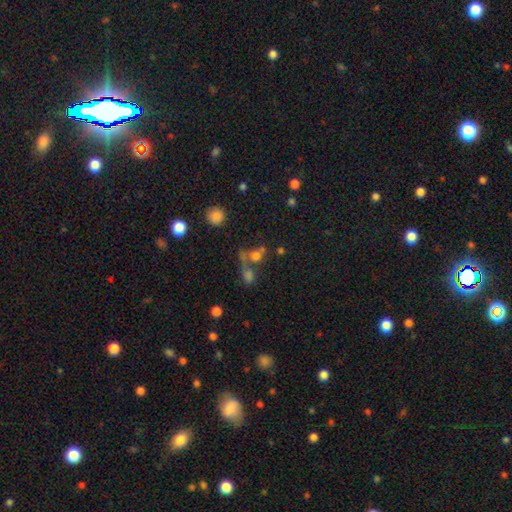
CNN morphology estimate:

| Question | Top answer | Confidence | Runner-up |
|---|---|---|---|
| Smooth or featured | smooth | 63% | star or artifact (23%) |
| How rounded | round | 70% | in between (28%) |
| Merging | merger | 49% | none (33%) |